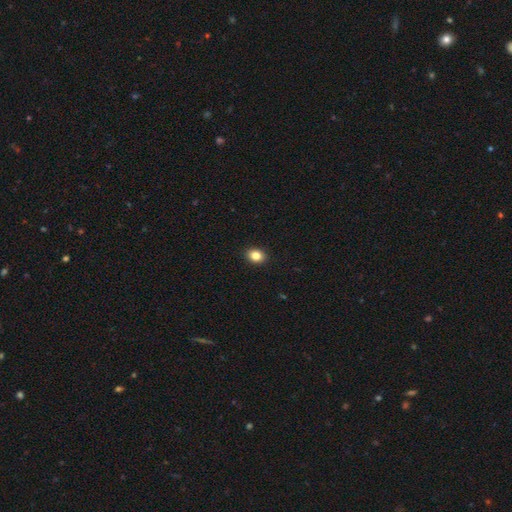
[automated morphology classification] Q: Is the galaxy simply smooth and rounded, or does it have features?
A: smooth — 84%.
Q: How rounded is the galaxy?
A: in between — 57%.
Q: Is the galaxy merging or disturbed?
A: none — 91%.